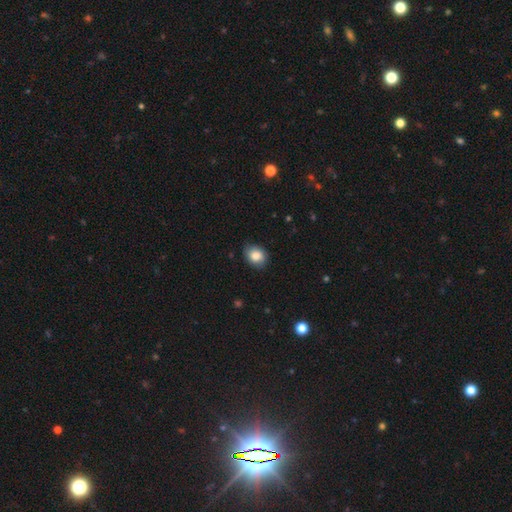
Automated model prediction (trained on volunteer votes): smooth-or-featured: smooth: 85% | star or artifact: 8% | featured or disk: 7%
  how-rounded: in between: 55% | round: 44% | cigar-shaped: 1%
  merging: none: 81% | minor disturbance: 15% | major disturbance: 3% | merger: 1%